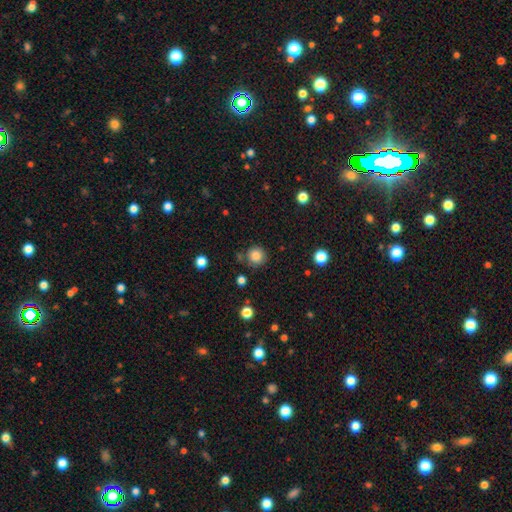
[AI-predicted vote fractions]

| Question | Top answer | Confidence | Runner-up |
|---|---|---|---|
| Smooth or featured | smooth | 84% | star or artifact (11%) |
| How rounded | round | 93% | in between (6%) |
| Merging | none | 81% | minor disturbance (11%) |